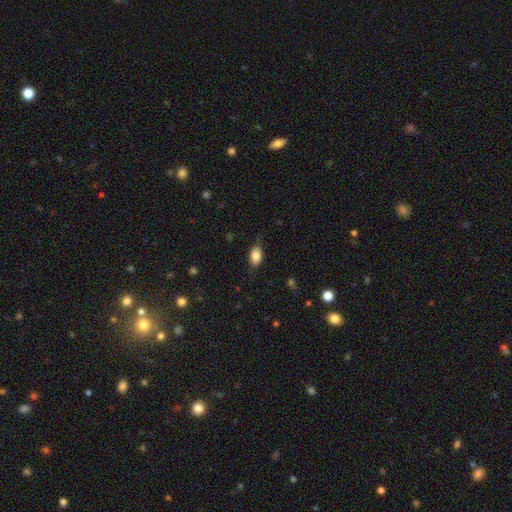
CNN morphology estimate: type=smooth (83%); roundness=in between (89%); merging=none (79%).